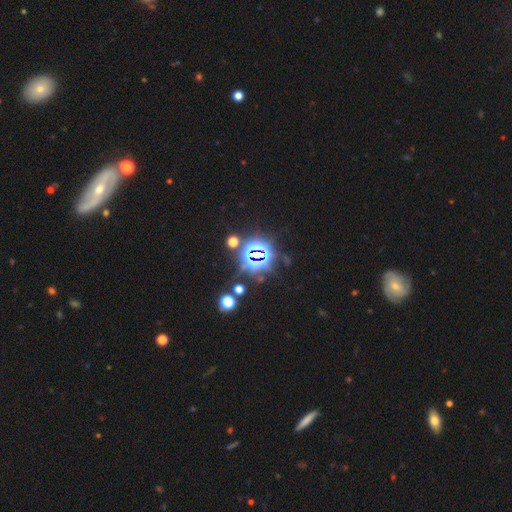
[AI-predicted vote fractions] This is likely a star or artifact rather than a galaxy (77%).